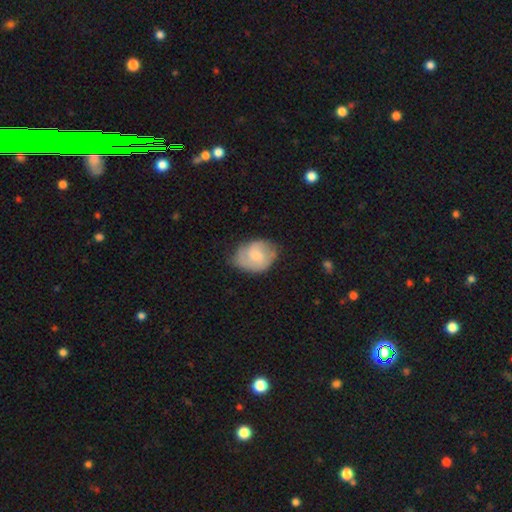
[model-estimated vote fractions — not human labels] This is possibly a featured or disk galaxy (52%). It is clearly not viewed edge-on (97%). Bar: likely no (61%). Spiral arm pattern: clearly yes (82%). Central bulge: marginally moderate (44%). Merging: possibly none (57%).